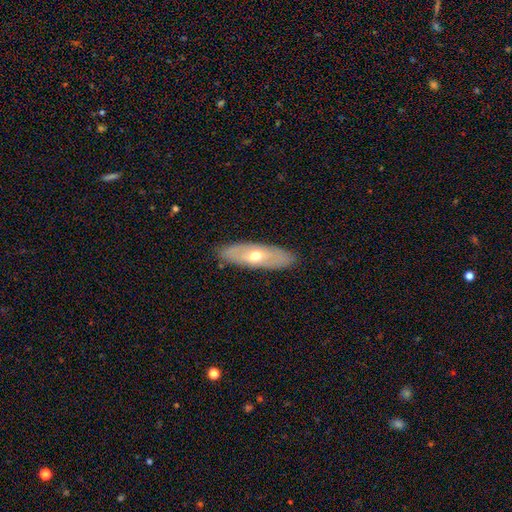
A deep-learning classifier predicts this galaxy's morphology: featured or disk 50%, smooth 44%, star or artifact 6%. Down the decision tree: merging — none (87%).